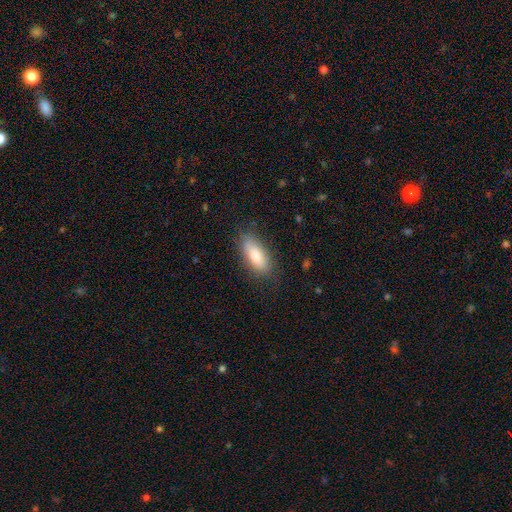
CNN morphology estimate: smooth 78%, featured or disk 14%, star or artifact 7%. Down the decision tree: how rounded — in between (75%); merging — none (83%).